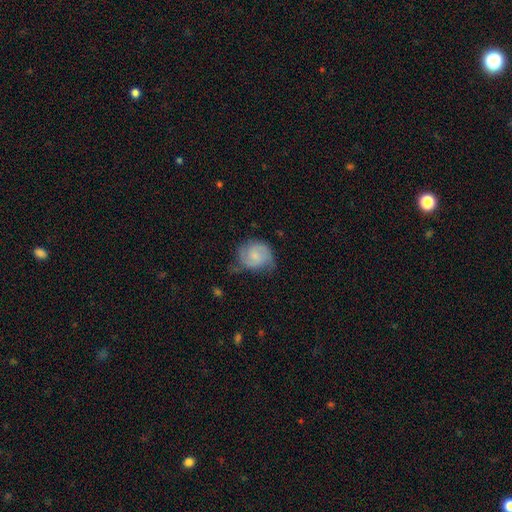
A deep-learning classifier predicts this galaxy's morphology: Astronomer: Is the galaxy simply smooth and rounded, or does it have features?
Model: featured or disk — 51% (runner-up: smooth, 42%).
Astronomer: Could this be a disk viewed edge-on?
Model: no — 98%.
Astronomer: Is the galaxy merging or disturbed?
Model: none — 48% (runner-up: minor disturbance, 35%).